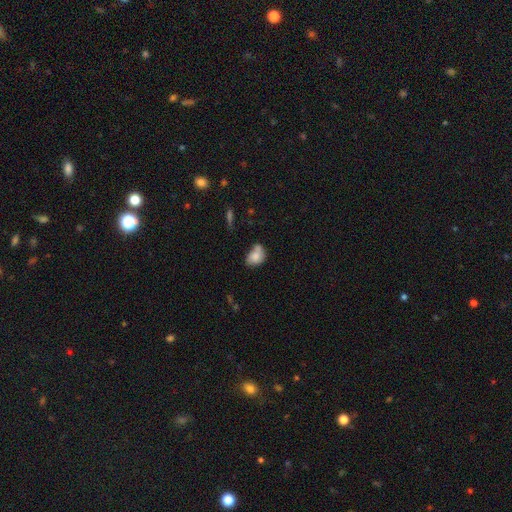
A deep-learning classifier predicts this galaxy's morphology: This appears to be a smooth galaxy with no disk features (76%) that is in between round and cigar-shaped (74%). Merging: none (39%).